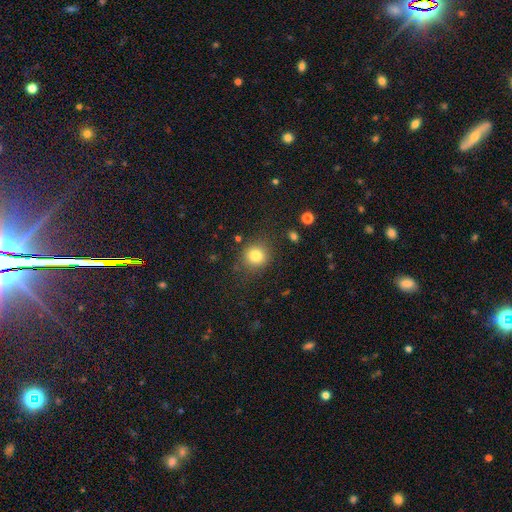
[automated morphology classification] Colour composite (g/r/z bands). It shows a smooth galaxy with no disk features (82%) that is round (86%). Merging: none (83%).